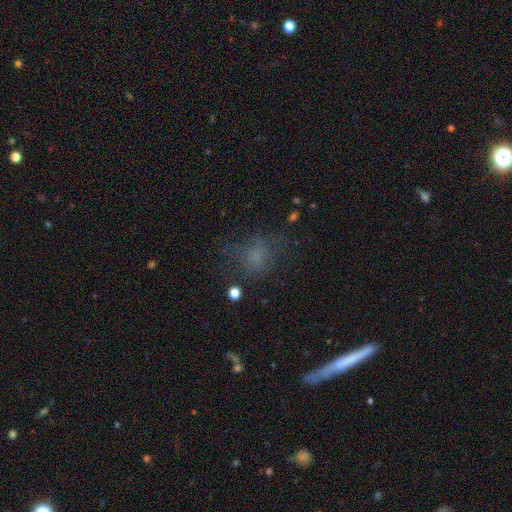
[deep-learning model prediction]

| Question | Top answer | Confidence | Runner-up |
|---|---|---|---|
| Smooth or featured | smooth | 57% | star or artifact (22%) |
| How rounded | round | 51% | in between (45%) |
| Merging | none | 54% | major disturbance (22%) |